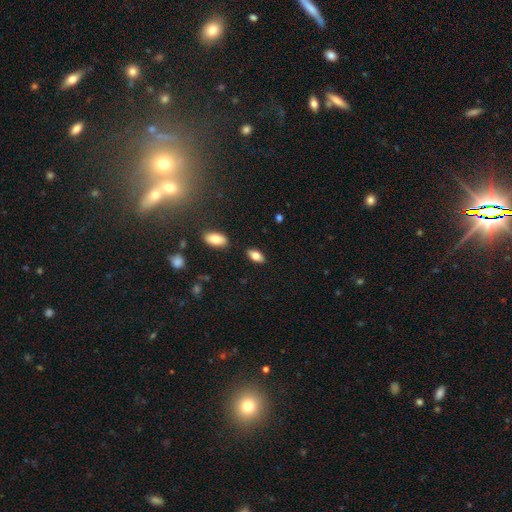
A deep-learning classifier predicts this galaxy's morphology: smooth_or_featured: smooth (p=0.77) [alt: featured or disk p=0.15]
how_rounded: in between (p=0.89) [alt: cigar-shaped p=0.08]
merging: none (p=0.86) [alt: minor disturbance p=0.09]